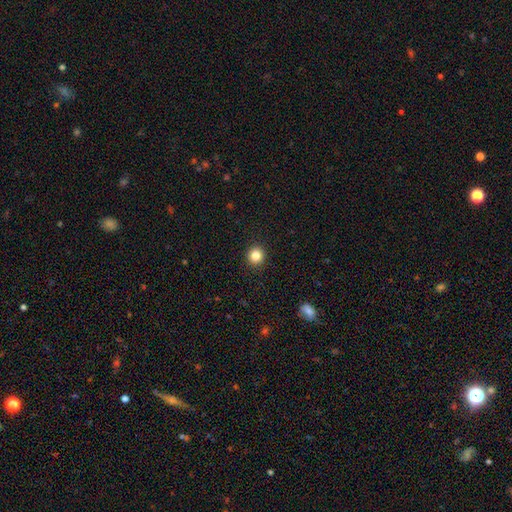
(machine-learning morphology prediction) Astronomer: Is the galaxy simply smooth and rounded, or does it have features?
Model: smooth — 84%.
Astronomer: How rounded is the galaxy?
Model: round — 92%.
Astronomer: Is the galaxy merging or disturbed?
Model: none — 93%.